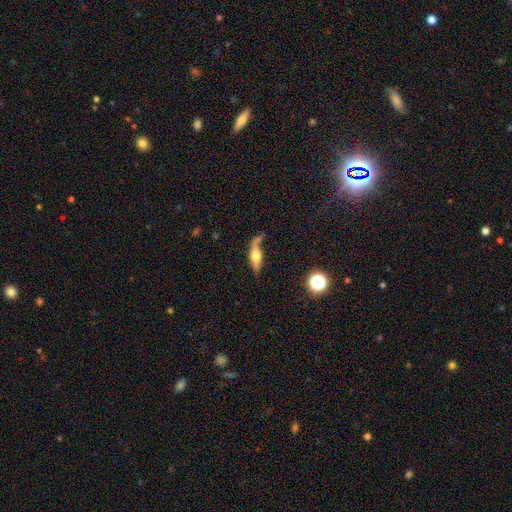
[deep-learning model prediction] smooth-or-featured: featured or disk: 50% | smooth: 41% | star or artifact: 8%
  disk-edge-on: yes: 67% | no: 33%
  merging: none: 43% | minor disturbance: 26% | major disturbance: 21% | merger: 10%